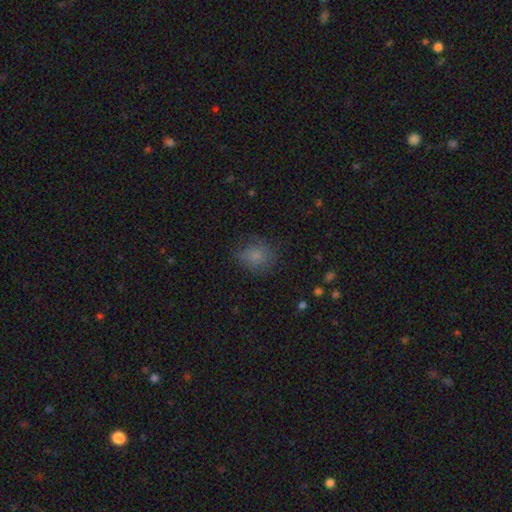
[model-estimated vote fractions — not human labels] A smooth galaxy with no disk features (78%) that is round (63%).

Vote fractions:
- Smooth or featured? smooth: 78% / star or artifact: 13% / featured or disk: 10%
- How rounded? round: 63% / in between: 36% / cigar-shaped: 1%
- Merging? none: 70% / minor disturbance: 19% / major disturbance: 9% / merger: 1%